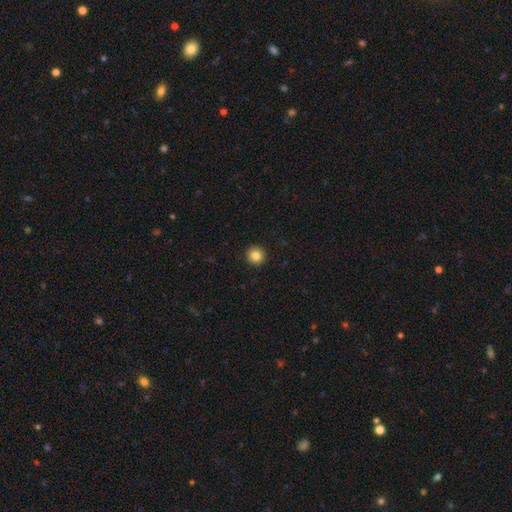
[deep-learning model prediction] Morphology: type=smooth (84%); roundness=round (95%); merging=none (94%).